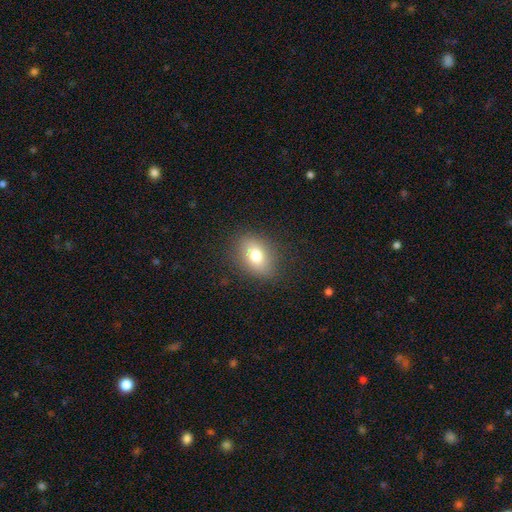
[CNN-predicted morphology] smooth-or-featured: smooth: 76% | featured or disk: 14% | star or artifact: 10%
  how-rounded: in between: 76% | round: 22% | cigar-shaped: 2%
  merging: none: 85% | minor disturbance: 11% | major disturbance: 4% | merger: 1%